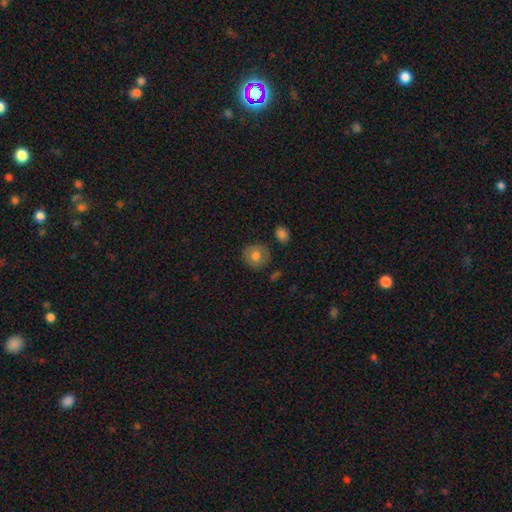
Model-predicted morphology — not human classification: This appears to be a smooth galaxy with no disk features (74%) that is round (90%). Merging: none (85%).